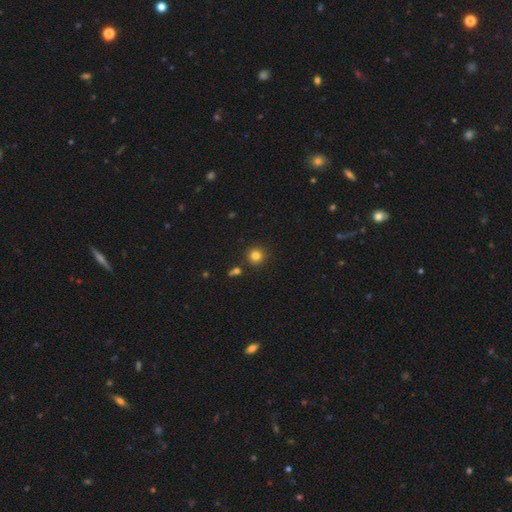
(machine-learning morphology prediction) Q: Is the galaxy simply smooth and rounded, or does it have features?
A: smooth — 81%.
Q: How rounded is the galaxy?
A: round — 94%.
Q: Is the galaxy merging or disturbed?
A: none — 88%.